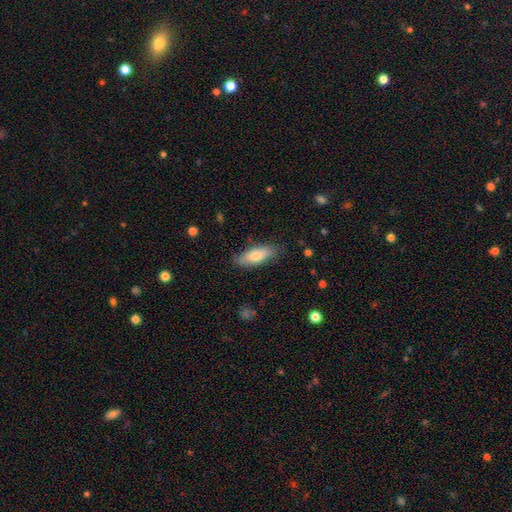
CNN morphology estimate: smooth_or_featured: smooth (p=0.72) [alt: featured or disk p=0.22]
how_rounded: in between (p=0.65) [alt: cigar-shaped p=0.33]
merging: none (p=0.79) [alt: minor disturbance p=0.16]